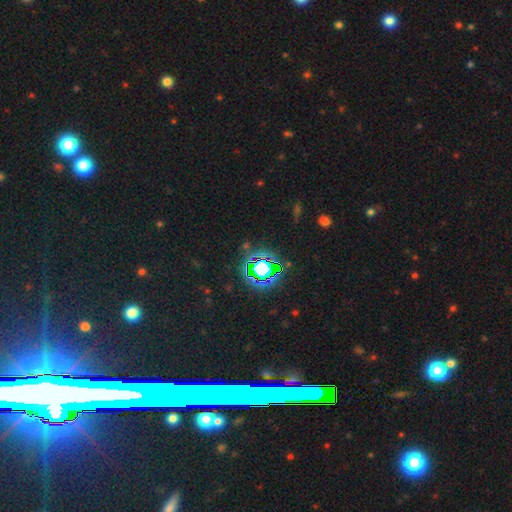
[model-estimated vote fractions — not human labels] A star or artifact, not a galaxy (75%).

Vote fractions:
- Smooth or featured? star or artifact: 75% / featured or disk: 13% / smooth: 12%